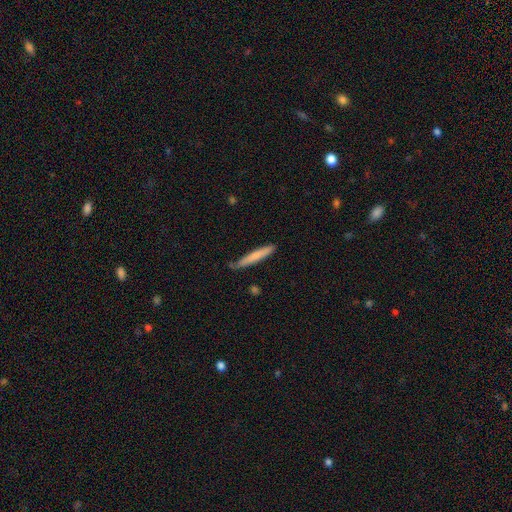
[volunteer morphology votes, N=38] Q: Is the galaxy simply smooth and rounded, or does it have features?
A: smooth — 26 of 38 (68%).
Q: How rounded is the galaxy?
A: cigar-shaped — 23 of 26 (88%).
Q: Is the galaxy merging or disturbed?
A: none — 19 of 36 (53%).